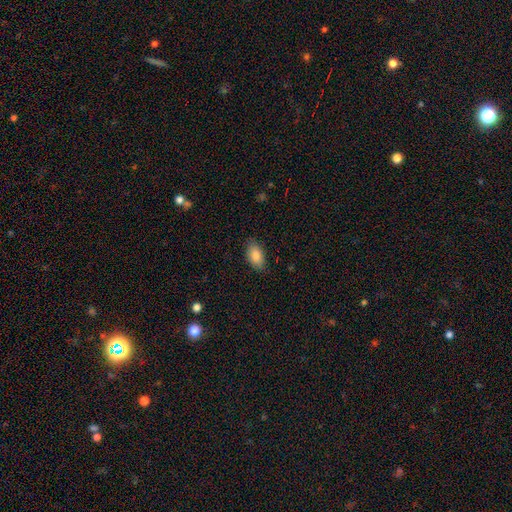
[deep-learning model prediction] smooth_or_featured: smooth (p=0.86) [alt: featured or disk p=0.07]
how_rounded: in between (p=0.93) [alt: round p=0.05]
merging: none (p=0.82) [alt: minor disturbance p=0.14]